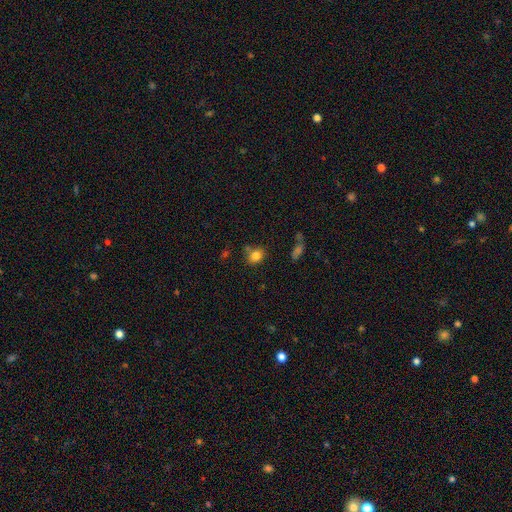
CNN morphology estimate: Q: Smooth or featured?
A: smooth (81%); runner-up: star or artifact (12%)
Q: How rounded?
A: round (67%); runner-up: in between (32%)
Q: Merging?
A: none (70%); runner-up: minor disturbance (16%)